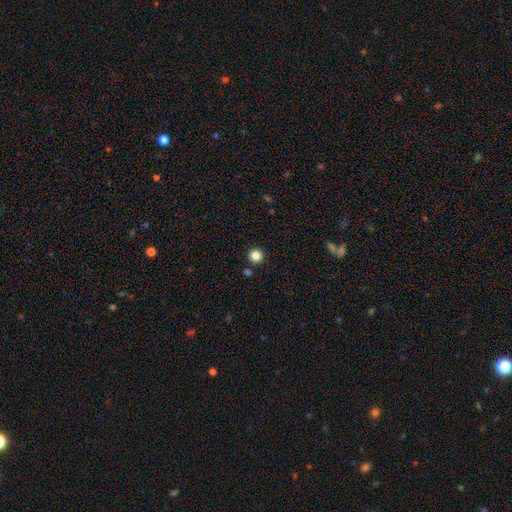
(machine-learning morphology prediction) Smooth or featured? Predicted: smooth (p=0.85). How rounded? Predicted: round (p=0.96). Merging? Predicted: none (p=0.91).